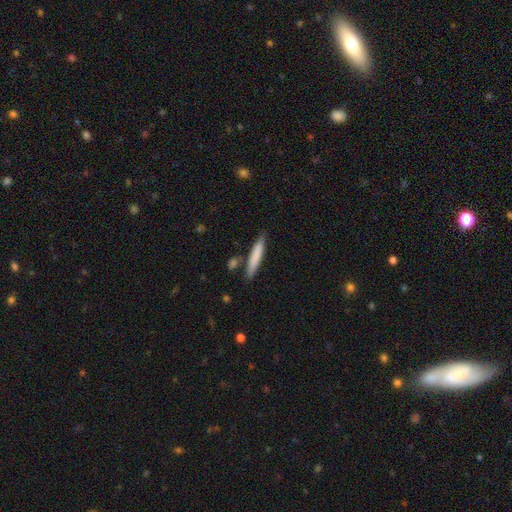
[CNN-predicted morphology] This is likely a smooth galaxy (77%). How rounded: clearly cigar-shaped (92%). Merging: clearly none (82%).